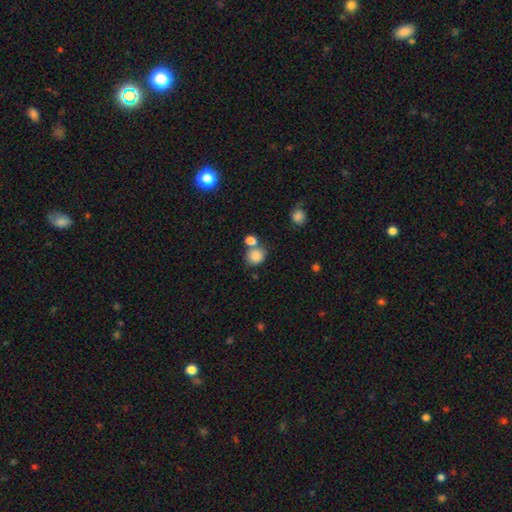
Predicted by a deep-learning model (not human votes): smooth_or_featured: smooth (p=0.84) [alt: star or artifact p=0.10]
how_rounded: round (p=0.72) [alt: in between p=0.27]
merging: none (p=0.54) [alt: merger p=0.30]